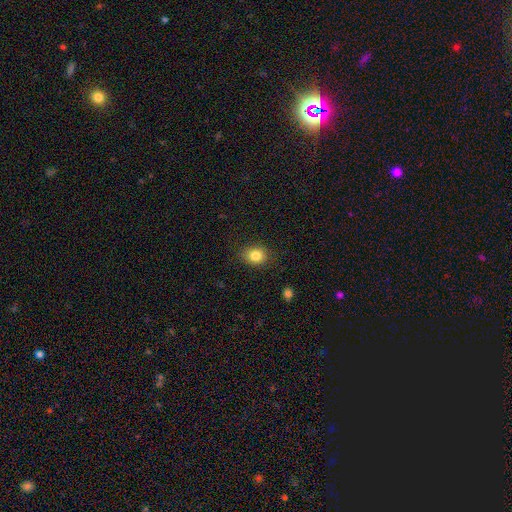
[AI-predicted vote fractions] Morphology: type=smooth (83%); roundness=round (52%); merging=none (85%).